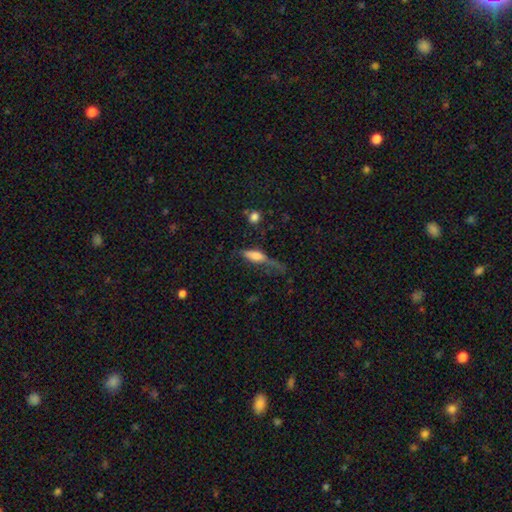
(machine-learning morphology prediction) Smooth or featured? Predicted: smooth (p=0.60). How rounded? Predicted: cigar-shaped (p=0.54). Merging? Predicted: none (p=0.34).